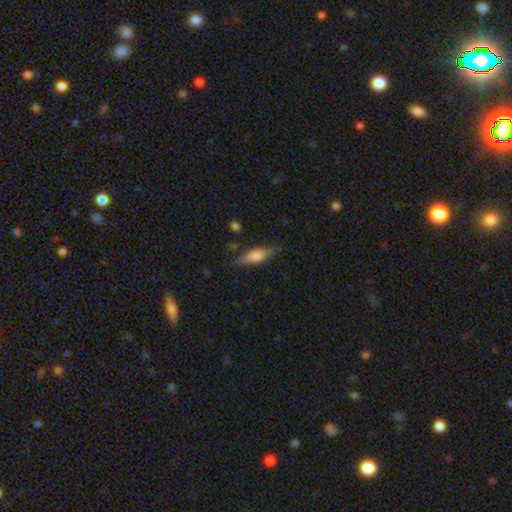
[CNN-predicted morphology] Smooth or featured? Predicted: smooth (p=0.49). Merging? Predicted: none (p=0.81).